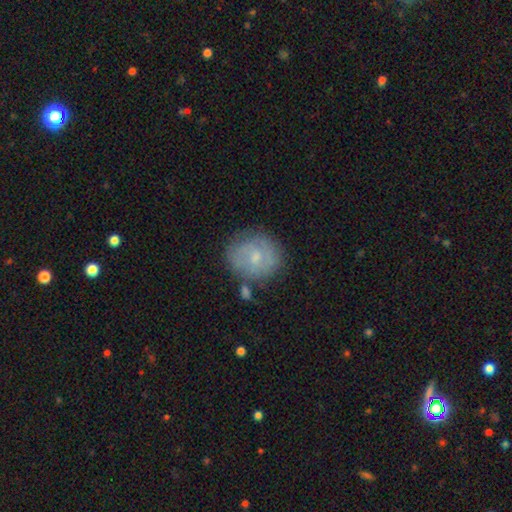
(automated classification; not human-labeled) A featured or disk galaxy (46%). Merging: none (73%).